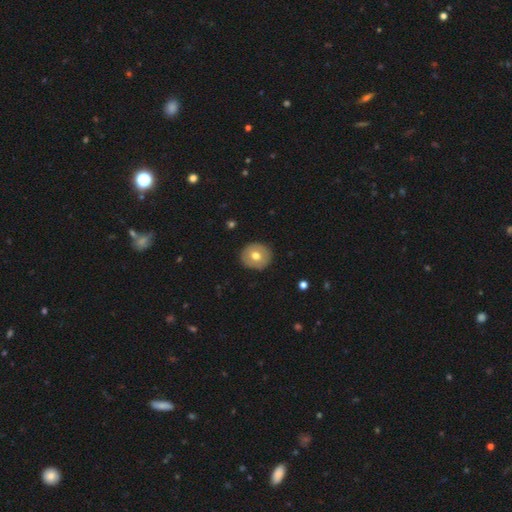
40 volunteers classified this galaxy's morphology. Volunteers were most divided on "smooth or featured": smooth: 80%, featured or disk: 18%, star or artifact: 2%. More confident: how rounded — round (97%); merging — none (90%).